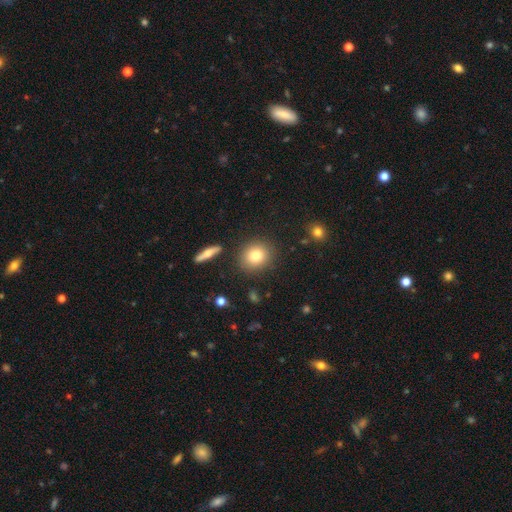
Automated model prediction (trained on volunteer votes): Morphology: type=smooth (80%); roundness=round (76%); merging=none (86%).